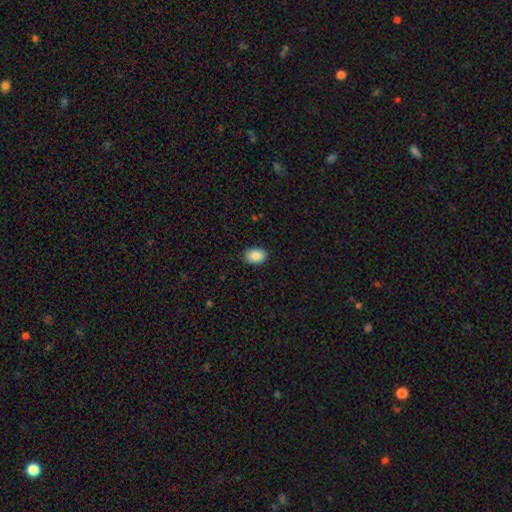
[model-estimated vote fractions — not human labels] smooth 89%, star or artifact 7%, featured or disk 4%. Down the decision tree: how rounded — in between (79%); merging — none (87%).